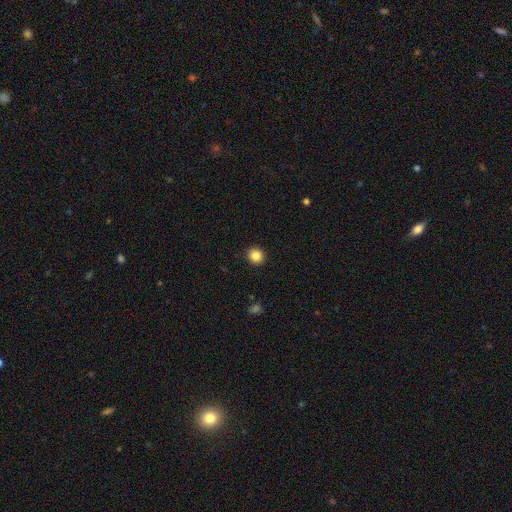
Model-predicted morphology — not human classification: type=smooth (85%); roundness=round (89%); merging=none (93%).